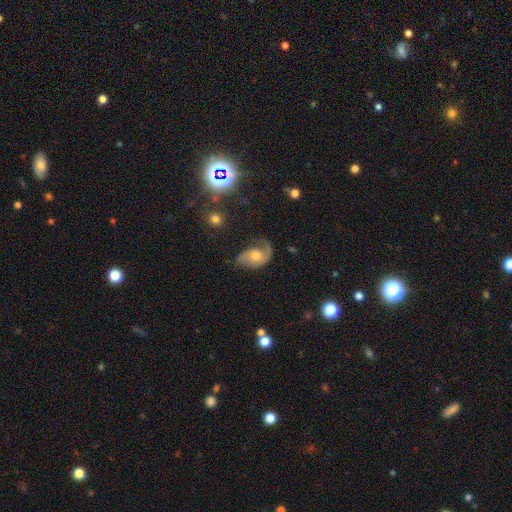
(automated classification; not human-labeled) This appears to be a featured or disk galaxy (73%) with no bar (66%), 2 (58%) medium (42%) spiral arms (92%) and a moderate central bulge (58%). Merging: none (50%).